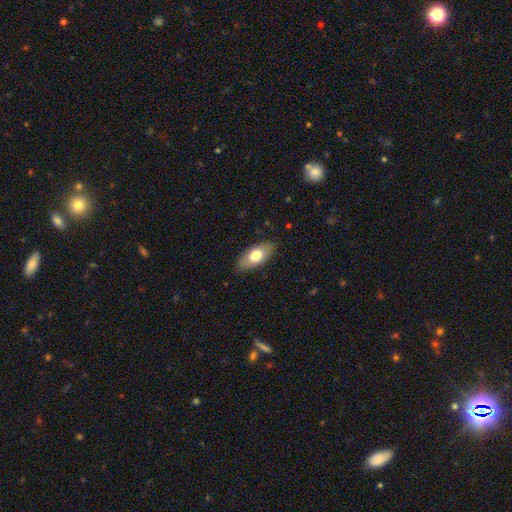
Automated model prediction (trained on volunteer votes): smooth_or_featured: smooth (p=0.70) [alt: featured or disk p=0.24]
how_rounded: in between (p=0.89) [alt: cigar-shaped p=0.07]
merging: none (p=0.84) [alt: minor disturbance p=0.12]